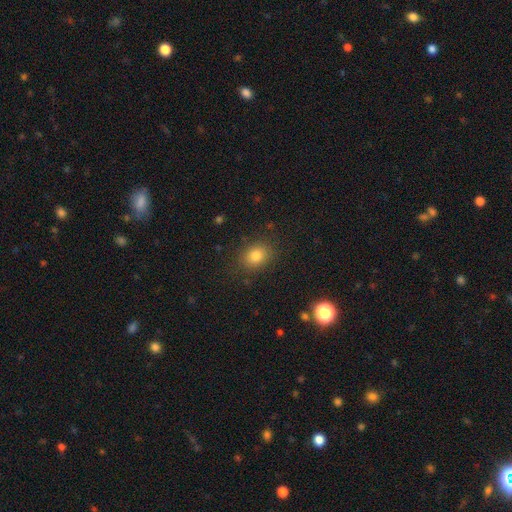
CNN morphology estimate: Overall: smooth (81%). How rounded: round (50%; in between 49%). Merging: none (85%).